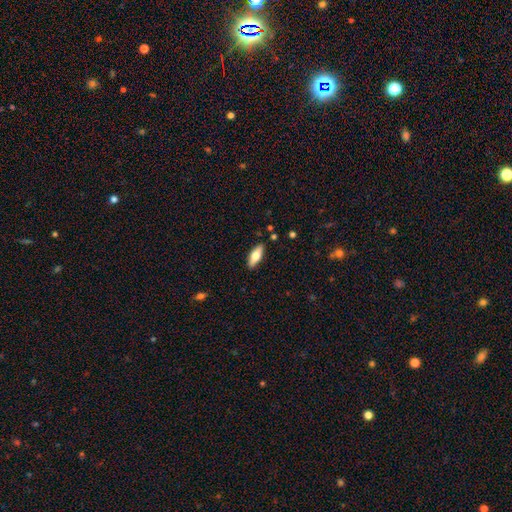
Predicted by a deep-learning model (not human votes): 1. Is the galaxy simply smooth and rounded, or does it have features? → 65% smooth, 29% featured or disk, 6% star or artifact.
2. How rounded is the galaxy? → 67% in between, 31% cigar-shaped, 2% round.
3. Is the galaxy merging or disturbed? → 89% none, 8% minor disturbance, 2% major disturbance, 1% merger.